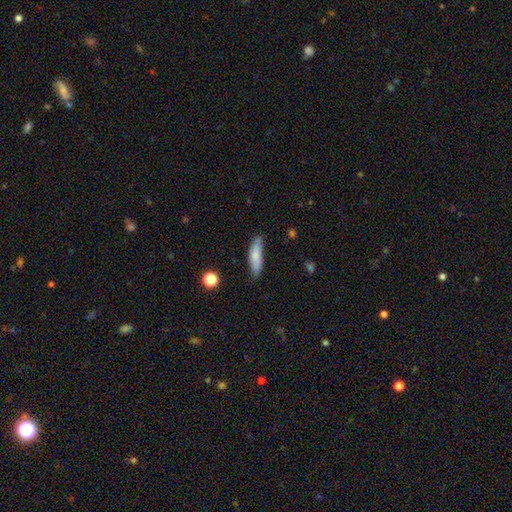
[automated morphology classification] type=smooth (79%); roundness=cigar-shaped (69%); merging=none (76%).